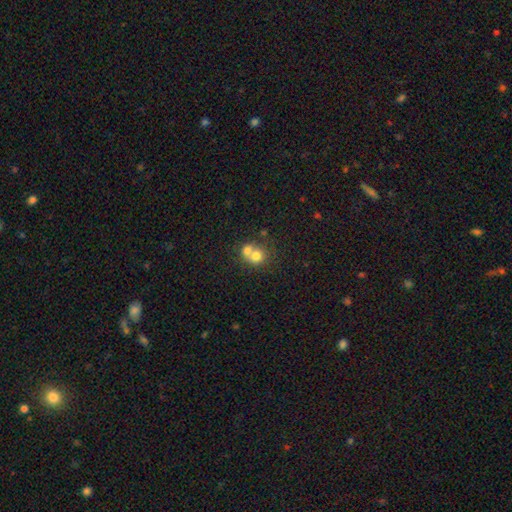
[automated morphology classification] The model was most divided on "merging": merger: 64%, none: 28%, minor disturbance: 6%, major disturbance: 3%. More confident: how rounded — round (77%); smooth or featured — smooth (72%).